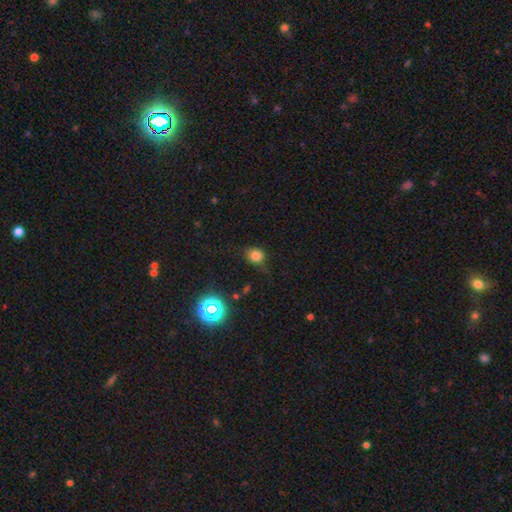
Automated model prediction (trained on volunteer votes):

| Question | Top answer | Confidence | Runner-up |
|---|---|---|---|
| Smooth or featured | smooth | 76% | star or artifact (16%) |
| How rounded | round | 72% | in between (26%) |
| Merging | none | 66% | minor disturbance (24%) |